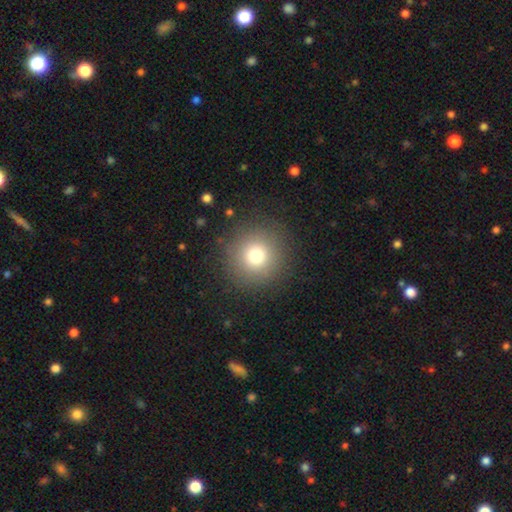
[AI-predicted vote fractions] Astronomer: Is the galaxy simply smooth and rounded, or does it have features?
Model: smooth — 74%.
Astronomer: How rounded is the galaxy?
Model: round — 95%.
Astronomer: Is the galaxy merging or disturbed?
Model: none — 88%.